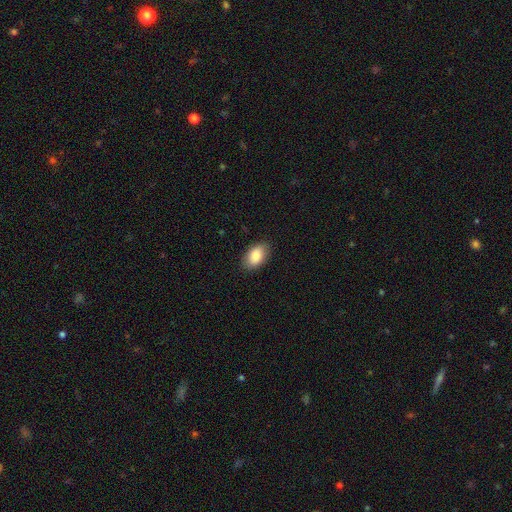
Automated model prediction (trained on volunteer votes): The model was most divided on "smooth or featured": smooth: 84%, featured or disk: 9%, star or artifact: 7%. More confident: how rounded — in between (91%); merging — none (88%).